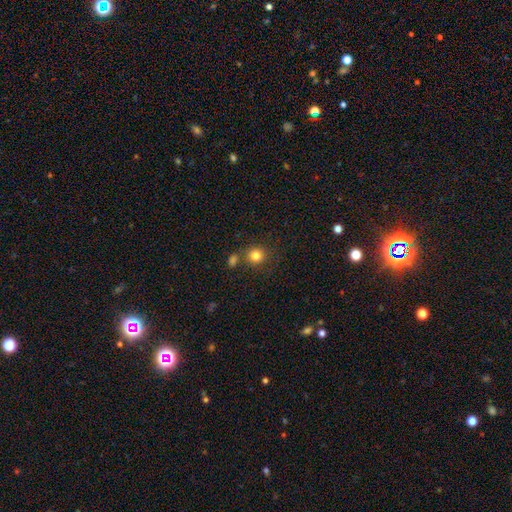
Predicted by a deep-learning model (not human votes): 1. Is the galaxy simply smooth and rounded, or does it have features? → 82% smooth, 12% star or artifact, 6% featured or disk.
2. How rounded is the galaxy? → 86% round, 13% in between, 1% cigar-shaped.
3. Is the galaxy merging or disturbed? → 73% none, 14% merger, 10% minor disturbance, 4% major disturbance.